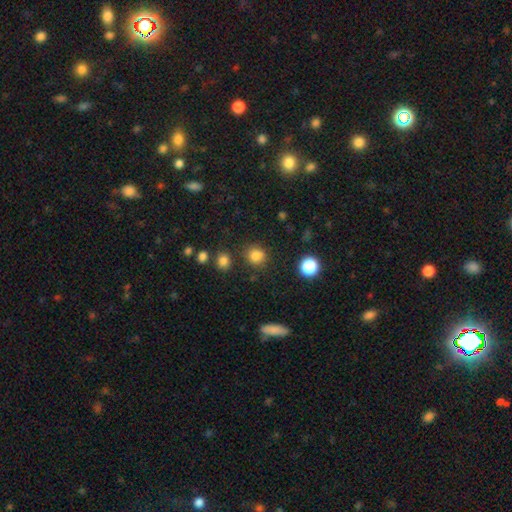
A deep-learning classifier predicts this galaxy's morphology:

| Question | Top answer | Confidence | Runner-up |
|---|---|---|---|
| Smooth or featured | smooth | 81% | star or artifact (14%) |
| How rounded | round | 79% | in between (20%) |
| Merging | none | 79% | minor disturbance (12%) |